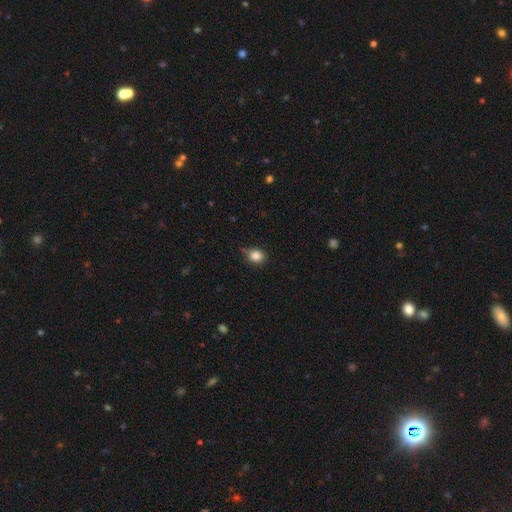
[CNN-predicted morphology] type=smooth (84%); roundness=round (69%); merging=none (67%).